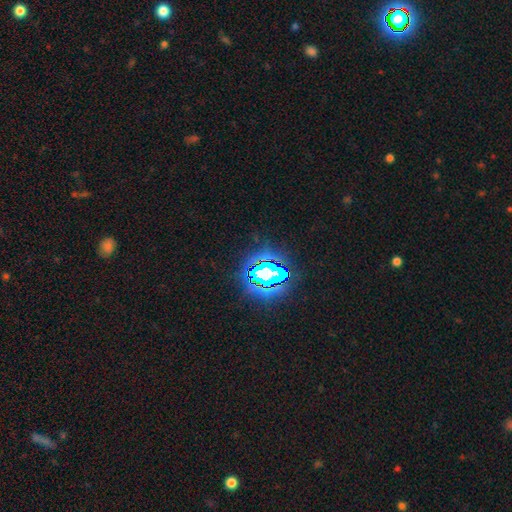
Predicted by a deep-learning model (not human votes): Smooth or featured? star or artifact (82%)